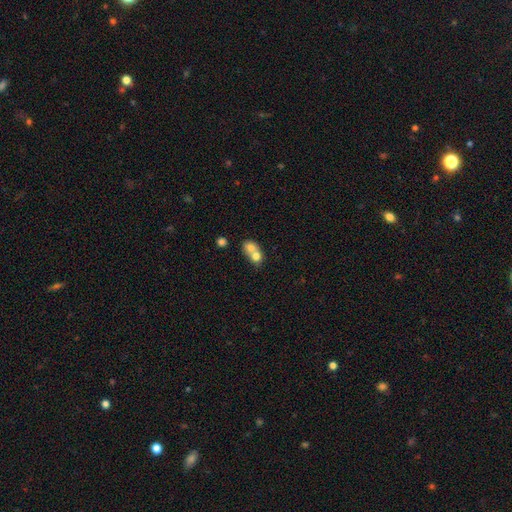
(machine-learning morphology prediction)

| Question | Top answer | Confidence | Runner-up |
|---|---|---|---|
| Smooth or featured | smooth | 71% | featured or disk (20%) |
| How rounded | round | 63% | in between (36%) |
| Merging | merger | 73% | none (20%) |